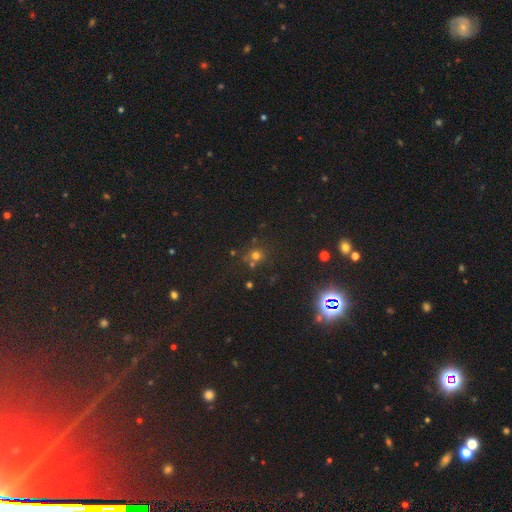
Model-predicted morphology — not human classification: This is possibly a smooth galaxy (60%). How rounded: clearly round (88%). Merging: likely none (68%).